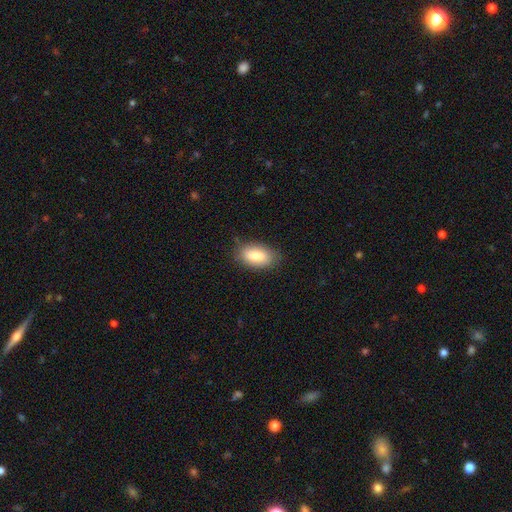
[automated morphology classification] The model was most divided on "merging": none: 81%, minor disturbance: 15%, major disturbance: 3%, merger: 1%. More confident: how rounded — in between (92%); smooth or featured — smooth (83%).